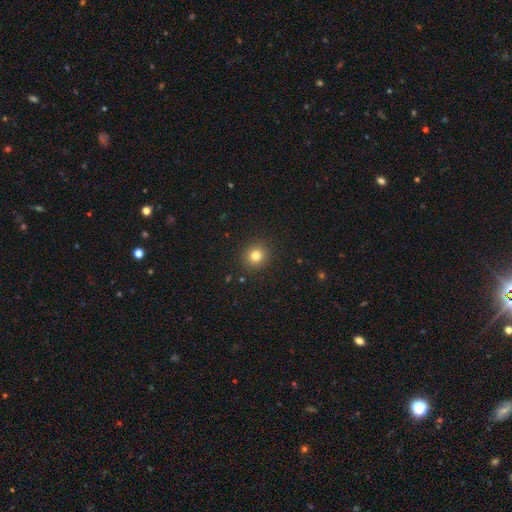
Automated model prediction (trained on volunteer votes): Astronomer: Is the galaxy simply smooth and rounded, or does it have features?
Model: smooth — 80%.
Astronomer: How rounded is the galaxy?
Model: round — 88%.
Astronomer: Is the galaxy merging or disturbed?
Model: none — 91%.